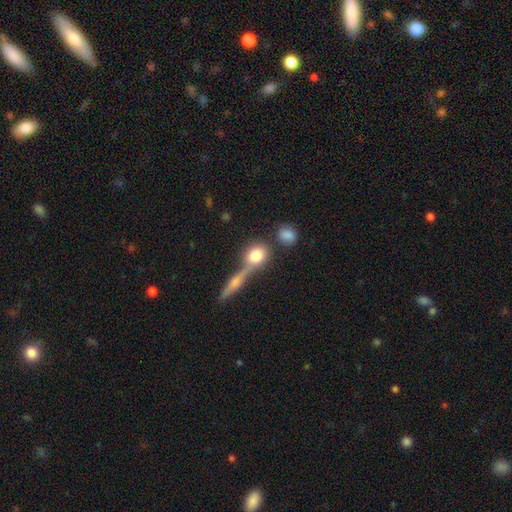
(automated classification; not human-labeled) This appears to be a smooth galaxy with no disk features (74%) that is round (67%). Merging: none (50%).